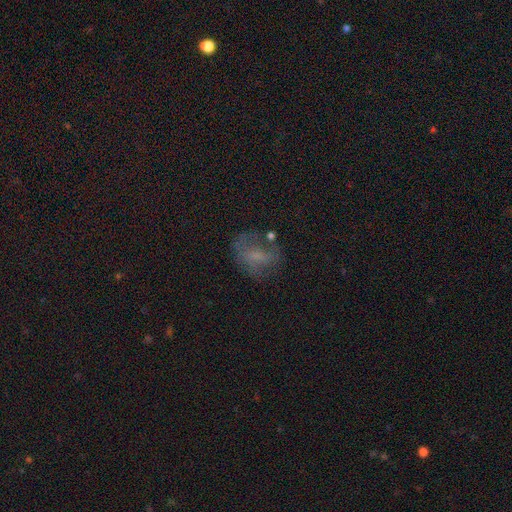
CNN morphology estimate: Smooth or featured? Predicted: smooth (p=0.43). Merging? Predicted: none (p=0.50).